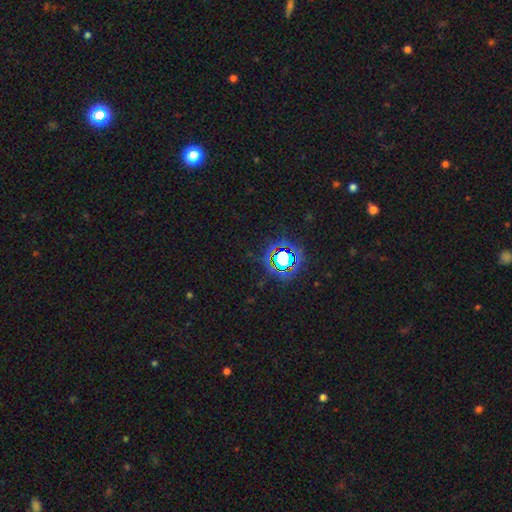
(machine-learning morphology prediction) smooth_or_featured: star or artifact (p=0.79) [alt: smooth p=0.12]